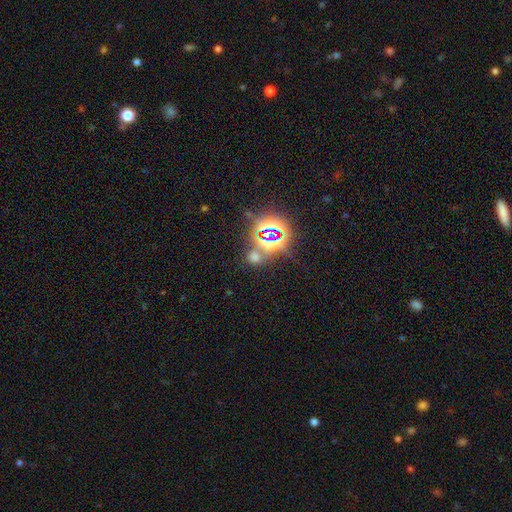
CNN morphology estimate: star or artifact 74%, smooth 18%, featured or disk 8%.